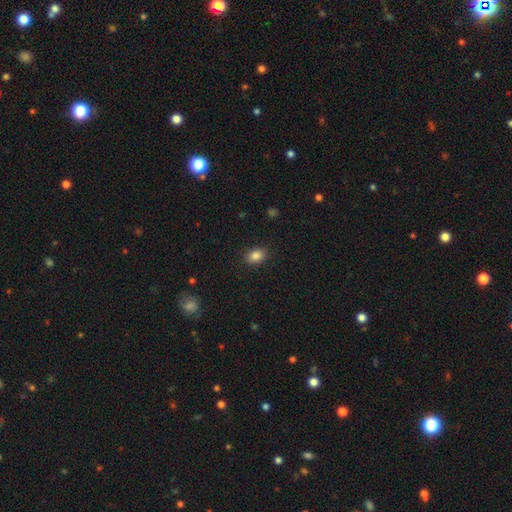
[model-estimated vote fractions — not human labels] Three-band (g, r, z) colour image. It shows a smooth galaxy with no disk features (86%) that is in between round and cigar-shaped (80%). Merging: none (88%).